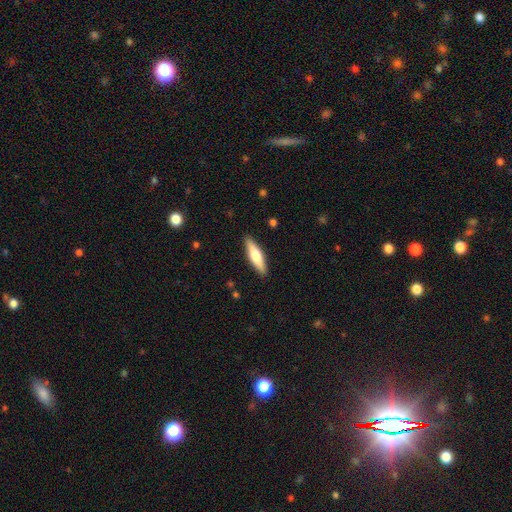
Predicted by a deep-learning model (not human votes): Smooth or featured? smooth (57%)
How rounded? cigar-shaped (63%)
Merging? none (90%)